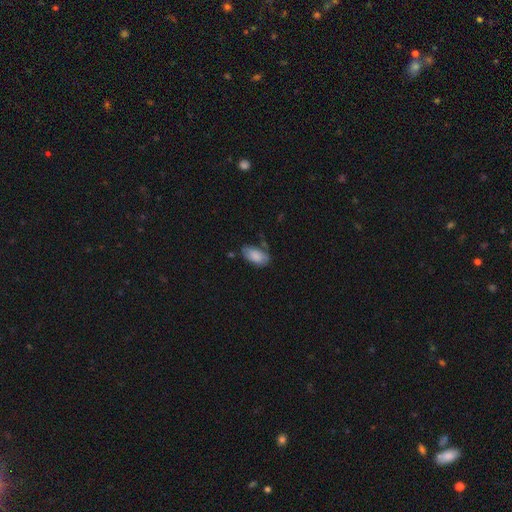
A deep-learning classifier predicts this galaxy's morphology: Smooth or featured: smooth — 83% (featured or disk — 11%)
How rounded: in between — 94% (cigar-shaped — 3%)
Merging: none — 61% (minor disturbance — 27%)